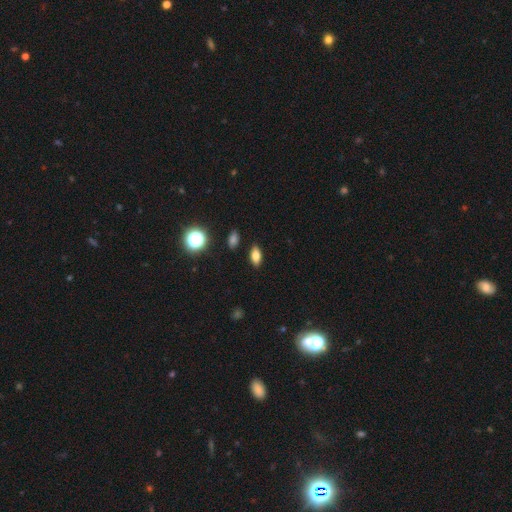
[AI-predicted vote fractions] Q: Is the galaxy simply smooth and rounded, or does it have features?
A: smooth — 77%.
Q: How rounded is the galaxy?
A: in between — 85%.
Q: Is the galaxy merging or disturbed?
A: none — 88%.